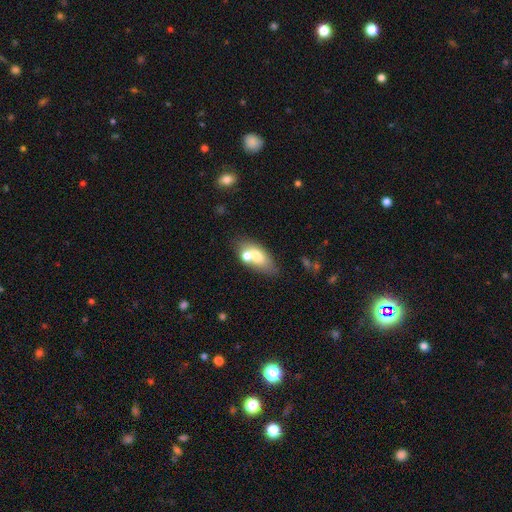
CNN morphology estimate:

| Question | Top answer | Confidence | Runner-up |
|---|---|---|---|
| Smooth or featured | smooth | 65% | featured or disk (27%) |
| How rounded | in between | 82% | cigar-shaped (9%) |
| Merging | none | 50% | merger (31%) |